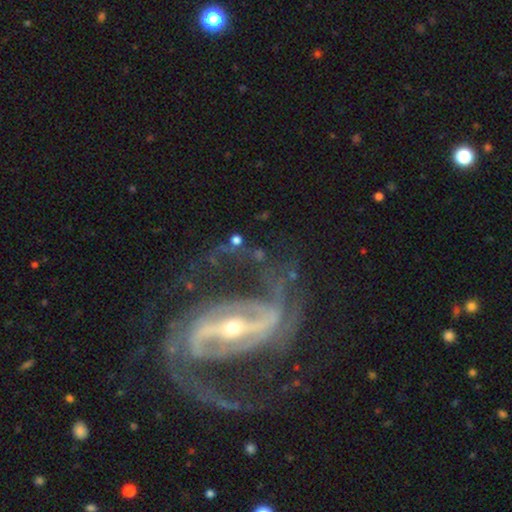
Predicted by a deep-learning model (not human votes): smooth_or_featured: featured or disk (p=0.93) [alt: star or artifact p=0.05]
disk_edge_on: no (p=0.96) [alt: yes p=0.04]
bar: strong (p=0.77) [alt: weak p=0.17]
has_spiral_arms: yes (p=0.98) [alt: no p=0.02]
spiral_winding: medium (p=0.54) [alt: loose p=0.28]
spiral_arm_count: 2 (p=0.83) [alt: 3 p=0.05]
bulge_size: small (p=0.65) [alt: moderate p=0.32]
merging: none (p=0.63) [alt: major disturbance p=0.19]